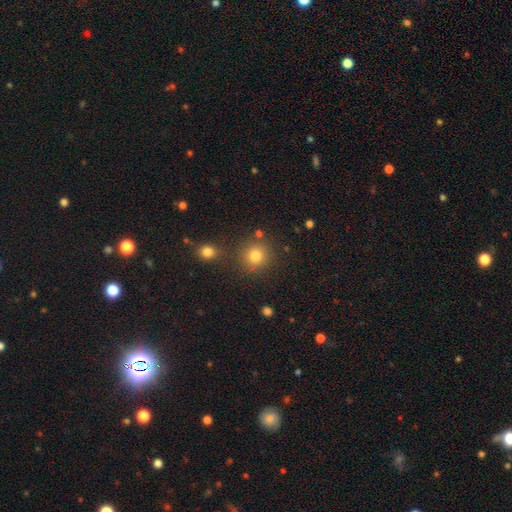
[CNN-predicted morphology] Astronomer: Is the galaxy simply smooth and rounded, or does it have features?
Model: smooth — 79%.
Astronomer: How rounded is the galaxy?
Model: round — 91%.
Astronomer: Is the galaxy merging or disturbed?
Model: none — 81%.